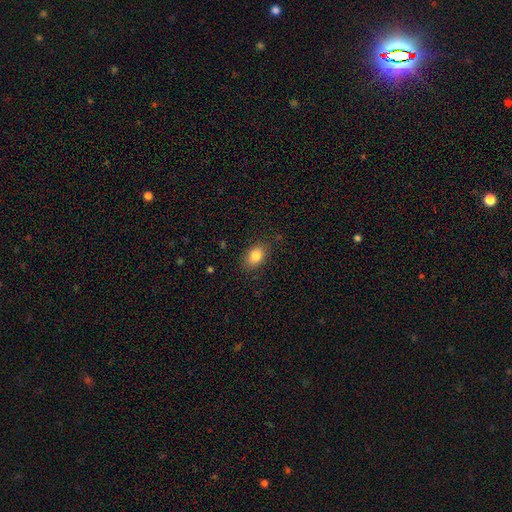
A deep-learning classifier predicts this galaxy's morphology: smooth 83%, star or artifact 9%, featured or disk 8%. Down the decision tree: how rounded — in between (81%); merging — none (83%).